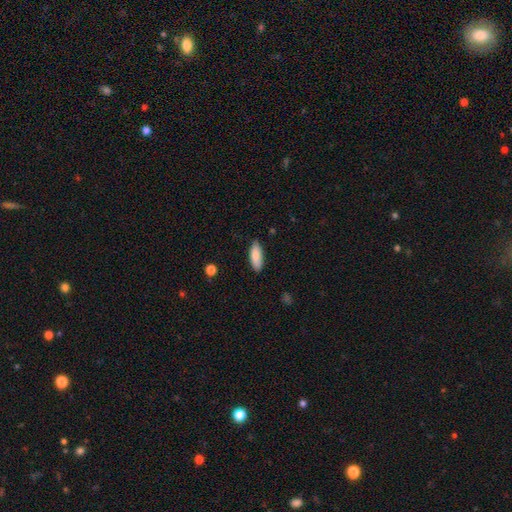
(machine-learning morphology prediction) smooth-or-featured: smooth: 83% | featured or disk: 11% | star or artifact: 6%
  how-rounded: in between: 74% | cigar-shaped: 25% | round: 2%
  merging: none: 83% | minor disturbance: 13% | major disturbance: 2% | merger: 1%